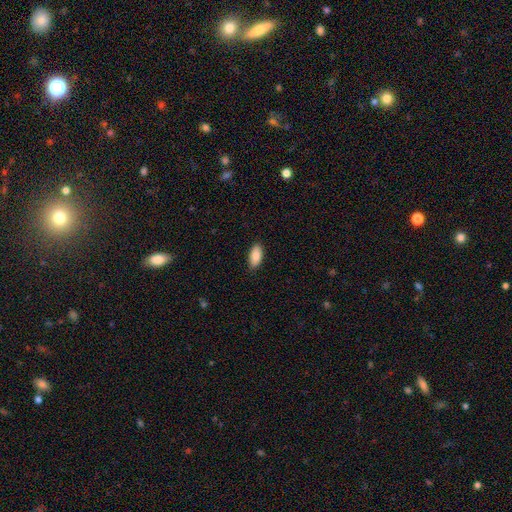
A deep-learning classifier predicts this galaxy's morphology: Smooth or featured? Predicted: smooth (p=0.87). How rounded? Predicted: in between (p=0.92). Merging? Predicted: none (p=0.87).